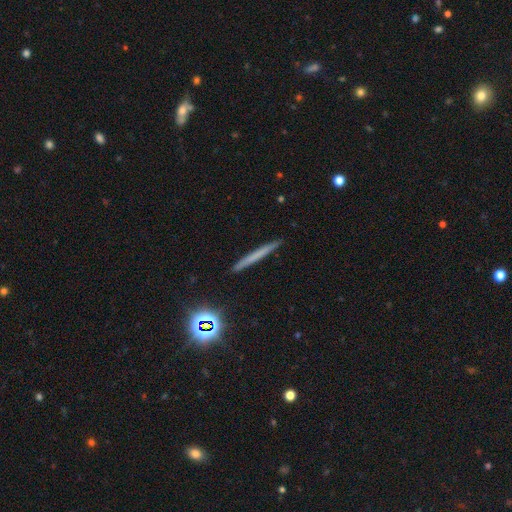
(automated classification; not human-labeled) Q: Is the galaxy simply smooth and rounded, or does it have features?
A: smooth — 54%.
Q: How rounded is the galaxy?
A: cigar-shaped — 96%.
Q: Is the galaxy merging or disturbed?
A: none — 92%.